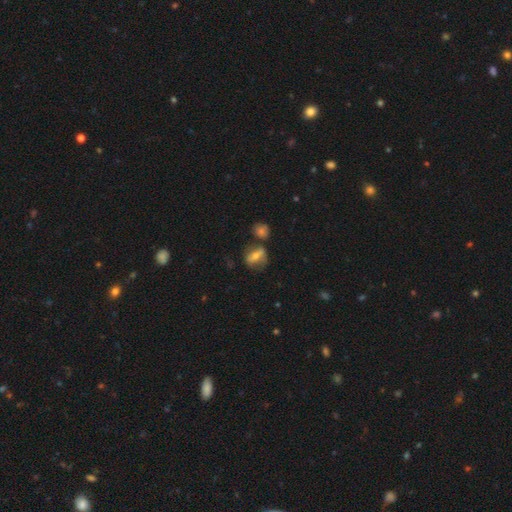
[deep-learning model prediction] A smooth galaxy with no disk features (51%) that is in between round and cigar-shaped (57%). Merging: none (56%).